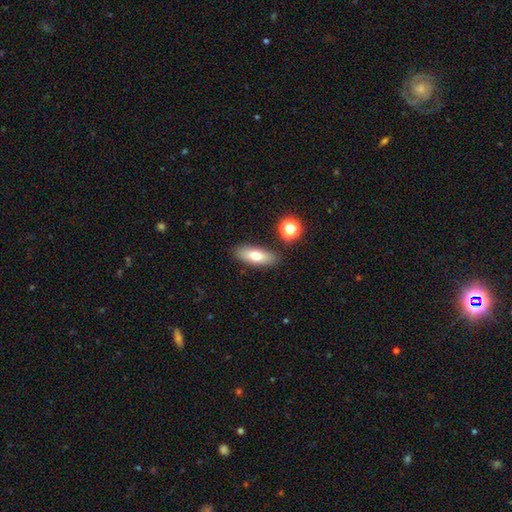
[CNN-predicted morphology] Smooth or featured? Predicted: smooth (p=0.71). How rounded? Predicted: in between (p=0.67). Merging? Predicted: none (p=0.85).